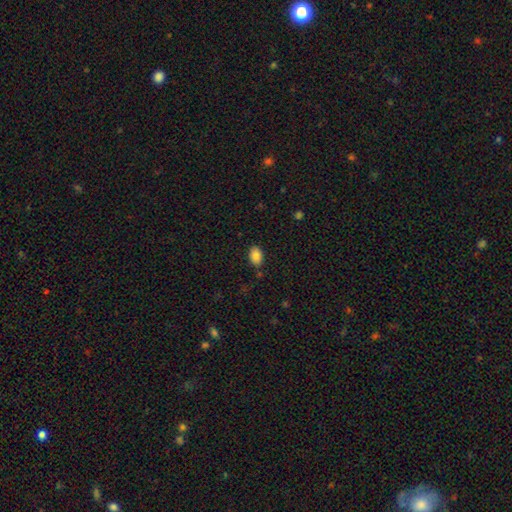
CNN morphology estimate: type=smooth (85%); roundness=in between (84%); merging=none (82%).